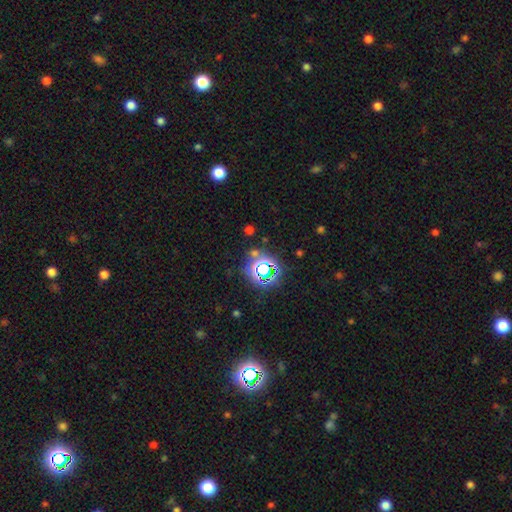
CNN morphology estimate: star or artifact 73%, smooth 18%, featured or disk 9%.